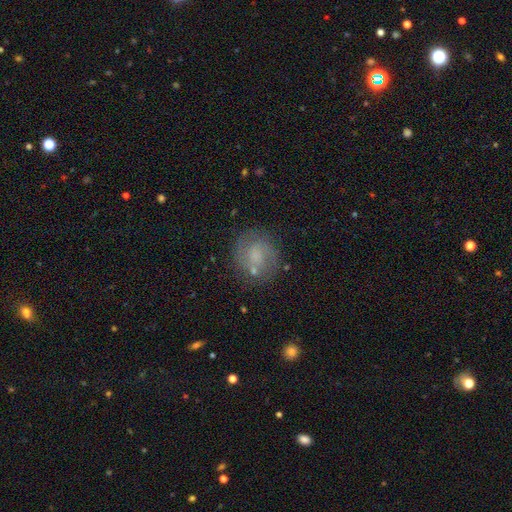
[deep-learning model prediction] Q: Smooth or featured?
A: featured or disk (57%); runner-up: smooth (33%)
Q: Edge-on disk?
A: no (97%); runner-up: yes (3%)
Q: Bar?
A: no (54%); runner-up: weak (38%)
Q: Spiral arms?
A: yes (84%); runner-up: no (16%)
Q: Bulge size?
A: small (32%); tied with: none (32%)
Q: Merging?
A: none (73%); runner-up: minor disturbance (16%)